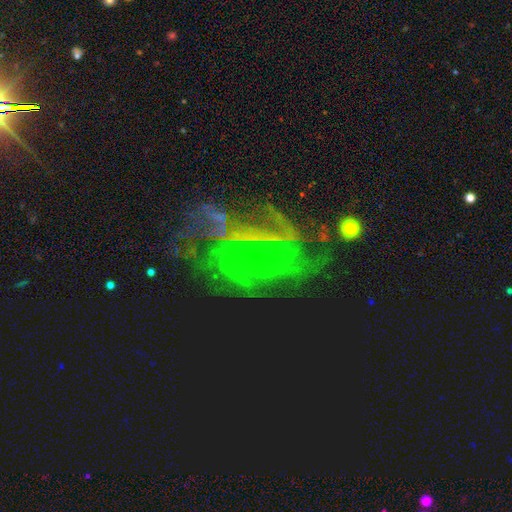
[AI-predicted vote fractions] A featured or disk galaxy (70%) with no bar (50%), tight (42%) spiral arms (85%) and a small central bulge (67%).

Vote fractions:
- Smooth or featured? featured or disk: 70% / star or artifact: 21% / smooth: 9%
- Edge-on disk? no: 97% / yes: 3%
- Bar? no: 50% / weak: 35% / strong: 15%
- Spiral arms? yes: 85% / no: 15%
- Spiral winding? tight: 42% / medium: 38% / loose: 20%
- Spiral arm count? can't tell: 37% / 2: 15% / 3: 14% / 4: 13% / more than 4: 12% / 1: 9%
- Bulge size? small: 67% / none: 24% / moderate: 7% / large: 1% / dominant: 1%
- Merging? none: 50% / major disturbance: 25% / minor disturbance: 18% / merger: 7%